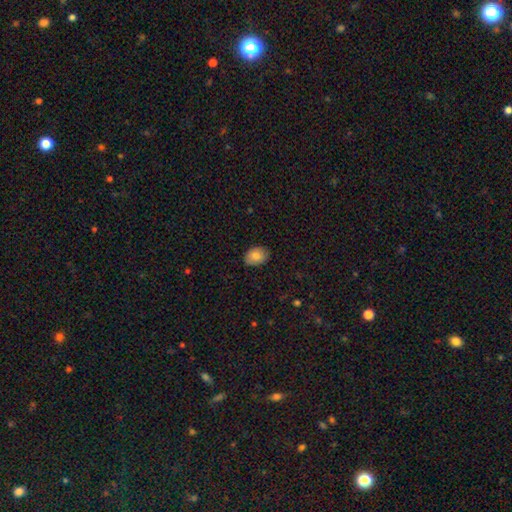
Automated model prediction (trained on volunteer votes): The model was most divided on "how rounded": in between: 72%, round: 27%, cigar-shaped: 1%. More confident: merging — none (84%); smooth or featured — smooth (83%).